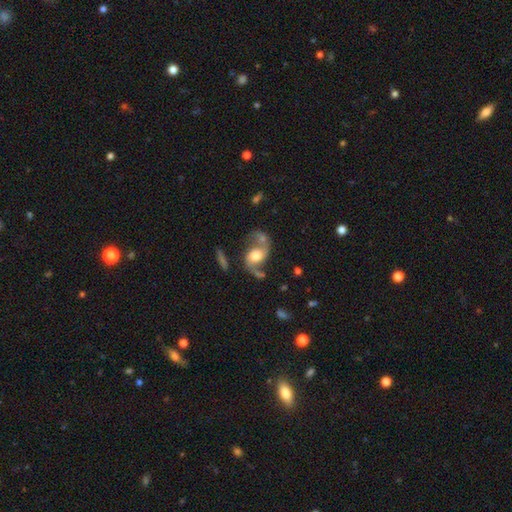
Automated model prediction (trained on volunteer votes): Overall: featured or disk (75%). Edge-on disk: no (97%). Bar: no (60%; weak 30%). Spiral arms: yes (91%). Spiral arm count: 2 (89%). Spiral winding: loose (62%; medium 32%). Bulge size: moderate (54%; large 30%). Merging: none (46%; merger 20%).